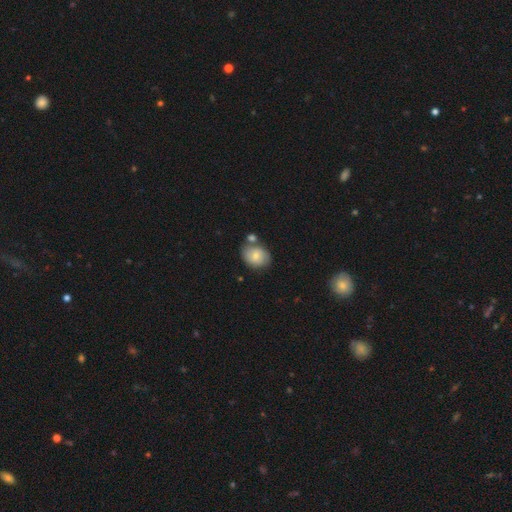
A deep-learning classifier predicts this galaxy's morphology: Q: Smooth or featured?
A: smooth (68%); runner-up: featured or disk (24%)
Q: How rounded?
A: round (52%); runner-up: in between (47%)
Q: Merging?
A: none (58%); runner-up: merger (20%)